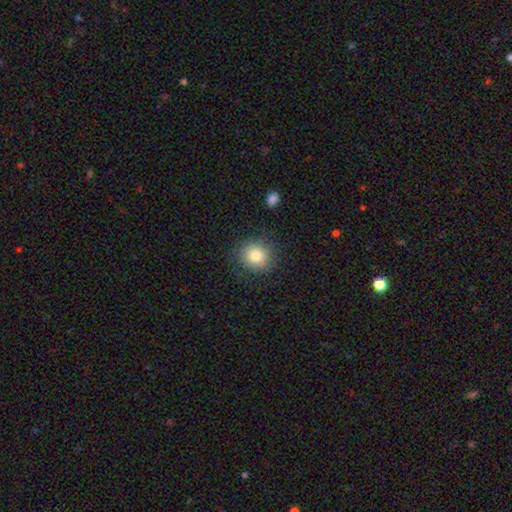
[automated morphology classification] This is clearly a smooth galaxy (80%). How rounded: clearly round (84%). Merging: clearly none (83%).